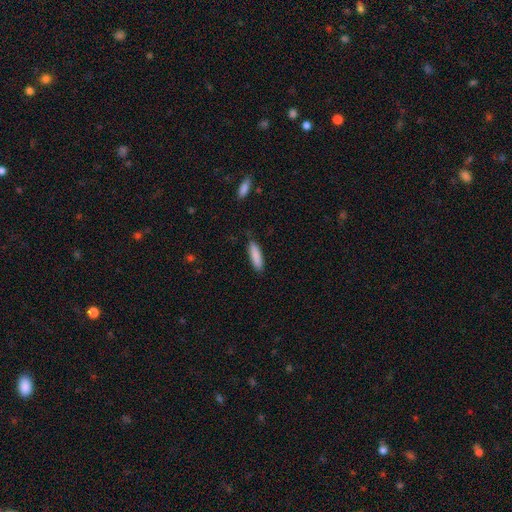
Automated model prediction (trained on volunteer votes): smooth-or-featured: smooth: 87% | featured or disk: 7% | star or artifact: 6%
  how-rounded: cigar-shaped: 69% | in between: 30% | round: 1%
  merging: none: 84% | minor disturbance: 13% | major disturbance: 2% | merger: 1%